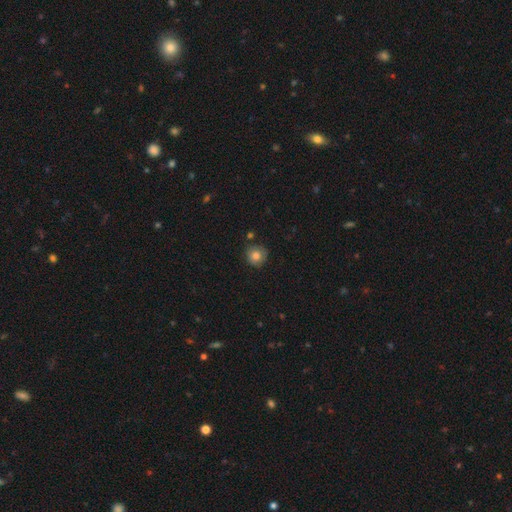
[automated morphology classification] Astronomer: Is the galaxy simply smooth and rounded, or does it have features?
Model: smooth — 80%.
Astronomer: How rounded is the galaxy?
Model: round — 92%.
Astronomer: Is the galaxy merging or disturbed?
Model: none — 81%.